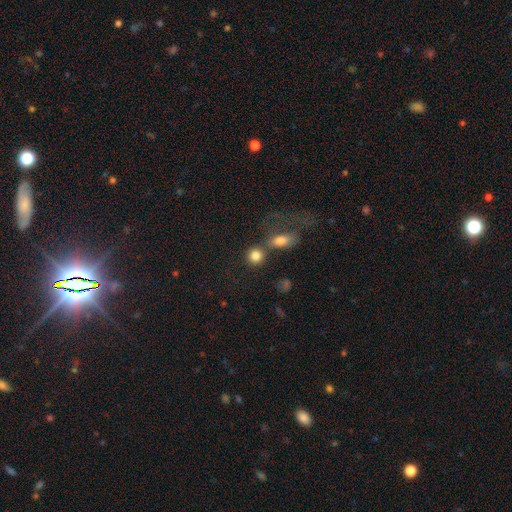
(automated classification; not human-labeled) Q: Smooth or featured?
A: smooth (82%); runner-up: star or artifact (9%)
Q: How rounded?
A: round (84%); runner-up: in between (14%)
Q: Merging?
A: none (56%); runner-up: merger (30%)